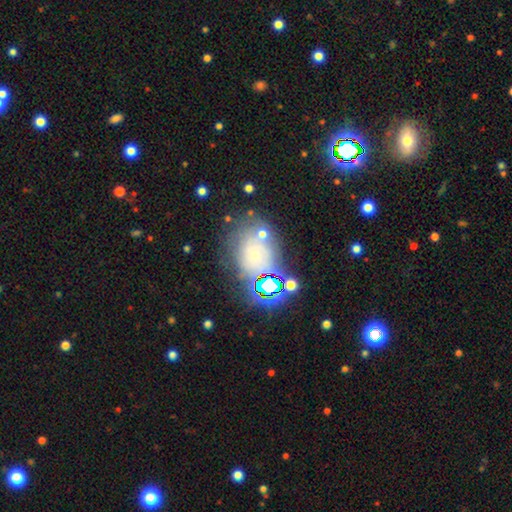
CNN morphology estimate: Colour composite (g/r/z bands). It shows a smooth galaxy with no disk features (36%). Merging: none (59%).